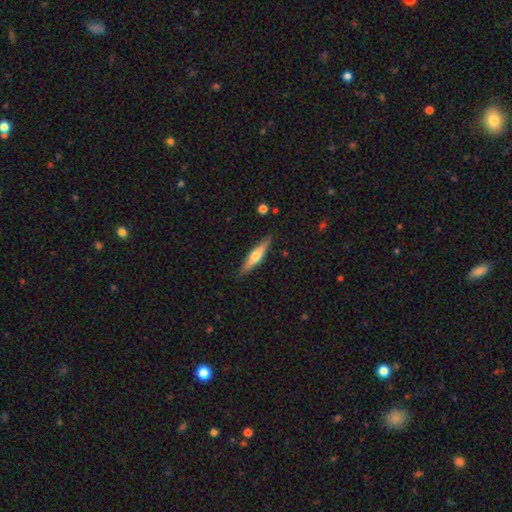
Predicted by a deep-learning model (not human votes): Q: Smooth or featured?
A: featured or disk (54%); runner-up: smooth (40%)
Q: Edge-on disk?
A: yes (94%); runner-up: no (6%)
Q: Edge-on bulge?
A: rounded (87%); runner-up: none (7%)
Q: Merging?
A: none (88%); runner-up: minor disturbance (9%)